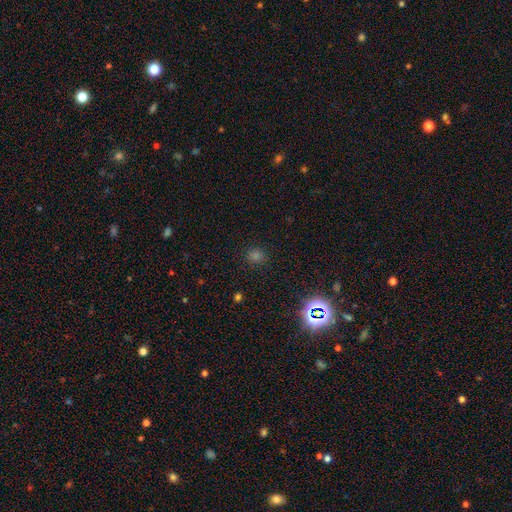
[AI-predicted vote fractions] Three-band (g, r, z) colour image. It shows a smooth galaxy with no disk features (58%) that is round (85%). Merging: none (88%).